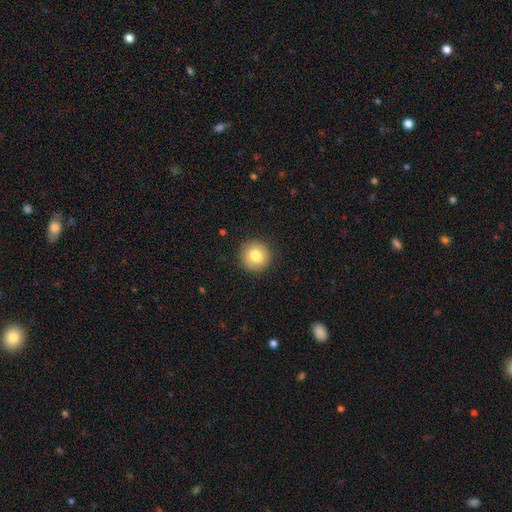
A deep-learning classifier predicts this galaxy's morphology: The model was most divided on "smooth or featured": smooth: 75%, featured or disk: 17%, star or artifact: 8%. More confident: how rounded — round (90%); merging — none (87%).